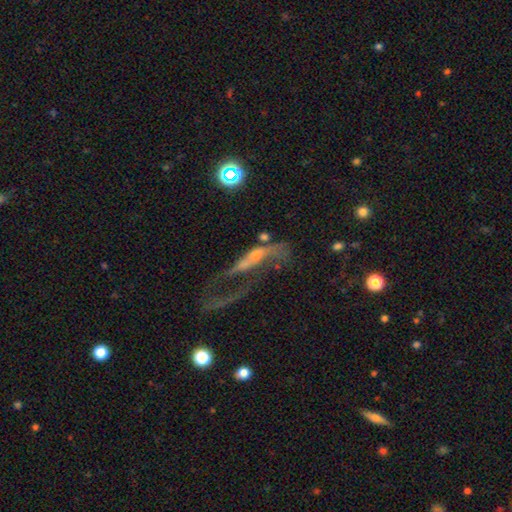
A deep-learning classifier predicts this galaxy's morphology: A featured or disk galaxy (61%). Merging: major disturbance (55%).